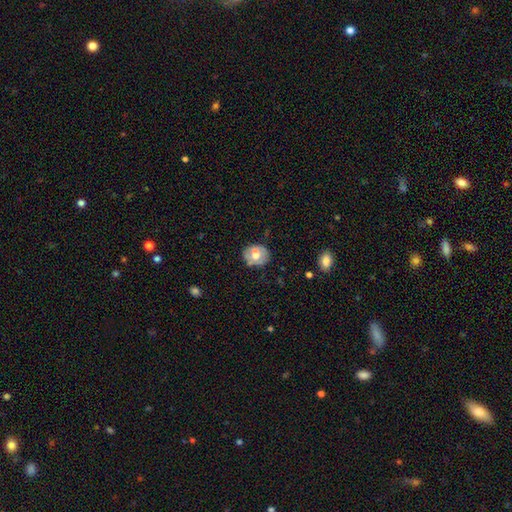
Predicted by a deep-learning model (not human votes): Smooth or featured? Predicted: smooth (p=0.58). How rounded? Predicted: round (p=0.62). Merging? Predicted: none (p=0.71).